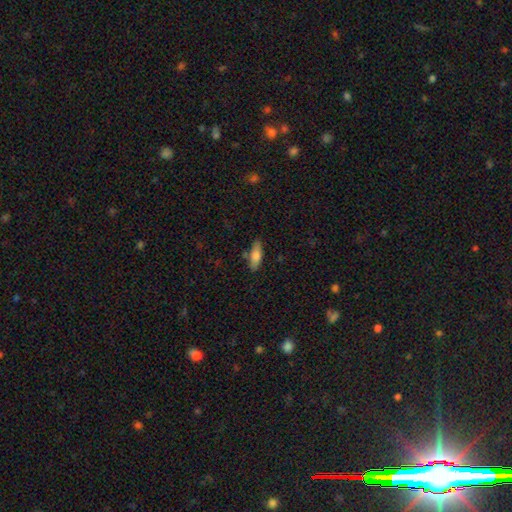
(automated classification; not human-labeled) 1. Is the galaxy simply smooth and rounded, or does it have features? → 73% smooth, 20% featured or disk, 7% star or artifact.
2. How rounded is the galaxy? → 55% in between, 42% cigar-shaped, 2% round.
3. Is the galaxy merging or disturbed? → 78% none, 14% minor disturbance, 5% merger, 3% major disturbance.